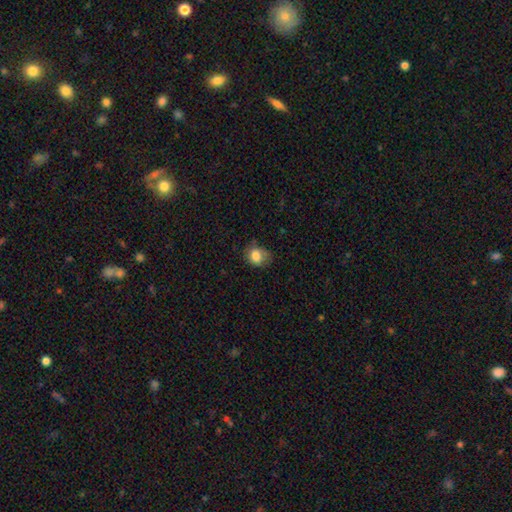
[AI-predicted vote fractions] A smooth galaxy with no disk features (81%) that is round (57%). Merging: none (53%).